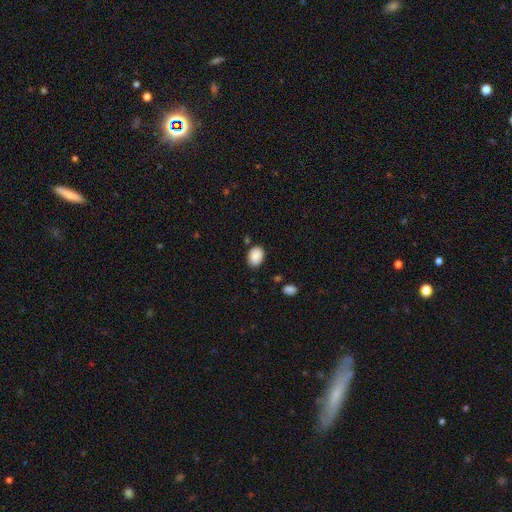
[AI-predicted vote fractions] A smooth galaxy with no disk features (86%) that is in between round and cigar-shaped (67%). Merging: none (78%).